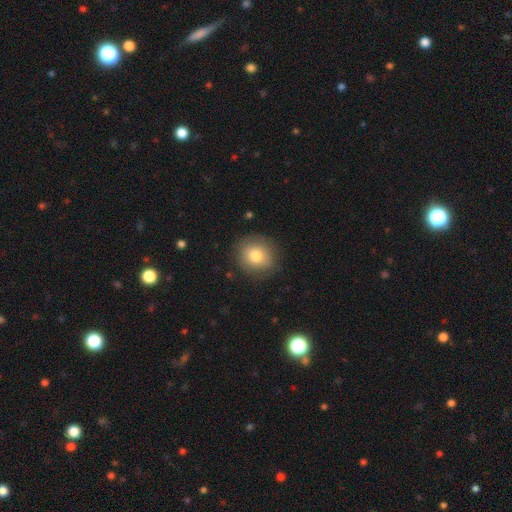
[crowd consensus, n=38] Q: Smooth or featured?
A: smooth (82%); runner-up: featured or disk (11%)
Q: How rounded?
A: round (100%)
Q: Merging?
A: none (91%); runner-up: minor disturbance (9%)